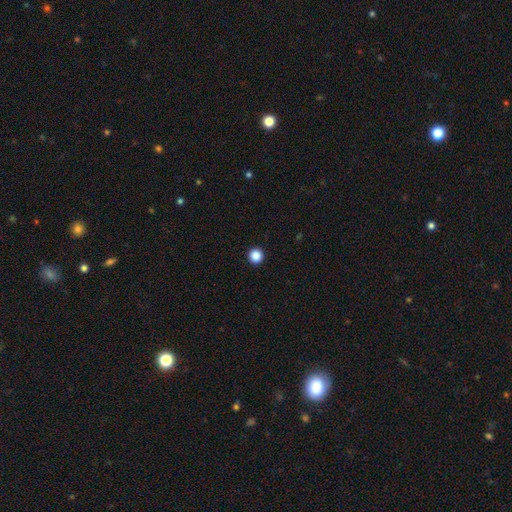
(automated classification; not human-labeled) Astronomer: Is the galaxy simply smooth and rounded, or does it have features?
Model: smooth — 87%.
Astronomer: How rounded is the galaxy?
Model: round — 96%.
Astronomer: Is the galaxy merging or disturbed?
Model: none — 94%.